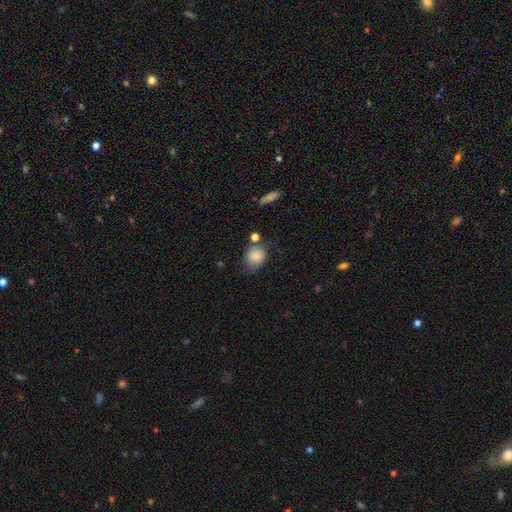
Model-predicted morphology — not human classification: smooth 78%, featured or disk 13%, star or artifact 9%. Down the decision tree: how rounded — round (61%); merging — none (54%).